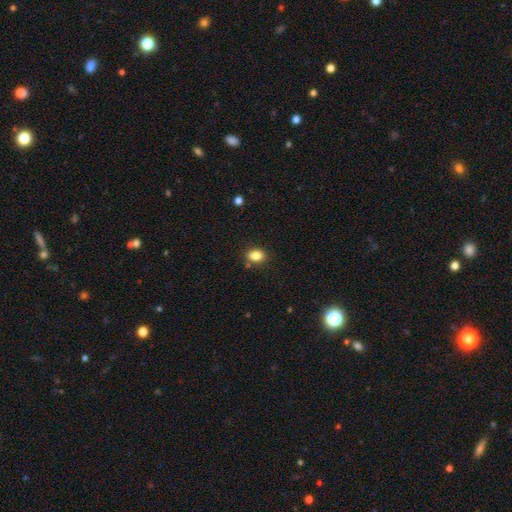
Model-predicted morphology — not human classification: Smooth or featured: smooth — 84% (star or artifact — 10%)
How rounded: in between — 72% (round — 26%)
Merging: none — 83% (minor disturbance — 11%)